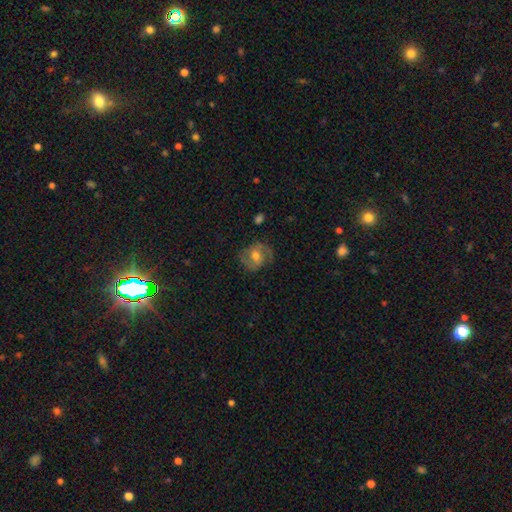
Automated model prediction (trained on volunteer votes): featured or disk 63%, smooth 29%, star or artifact 8%. Down the decision tree: edge-on disk — no (97%); bar — no (51%); spiral arms — yes (85%); spiral arm count — 2 (83%); spiral winding — medium (49%); bulge size — moderate (71%); merging — none (74%).